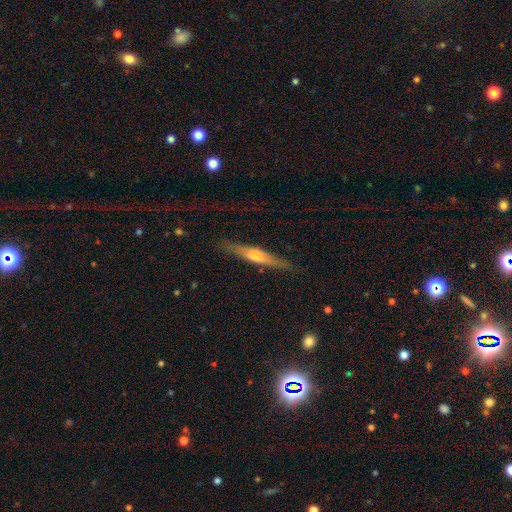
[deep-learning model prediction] A featured or disk galaxy (58%) viewed edge-on (94%) with a rounded central bulge (77%). Merging: none (85%).